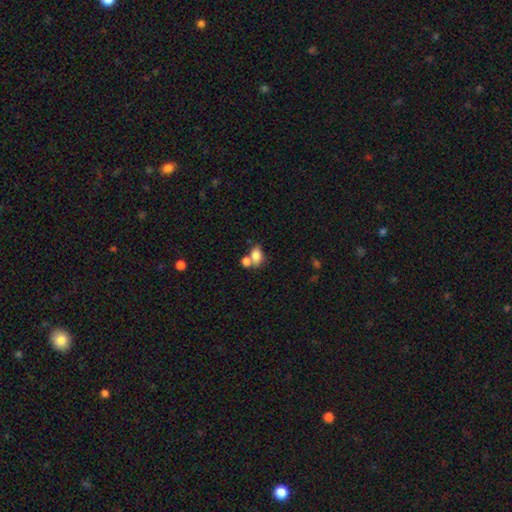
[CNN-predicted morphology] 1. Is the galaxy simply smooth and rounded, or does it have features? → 80% smooth, 11% featured or disk, 9% star or artifact.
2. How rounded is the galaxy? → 80% in between, 18% round, 2% cigar-shaped.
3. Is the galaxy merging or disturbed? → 46% merger, 37% none, 11% minor disturbance, 5% major disturbance.